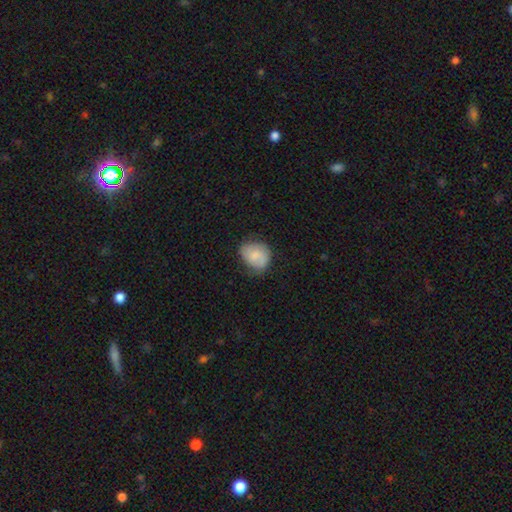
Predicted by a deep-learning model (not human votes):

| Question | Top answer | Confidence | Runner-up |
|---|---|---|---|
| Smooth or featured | smooth | 71% | featured or disk (22%) |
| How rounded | round | 57% | in between (42%) |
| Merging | none | 62% | minor disturbance (29%) |